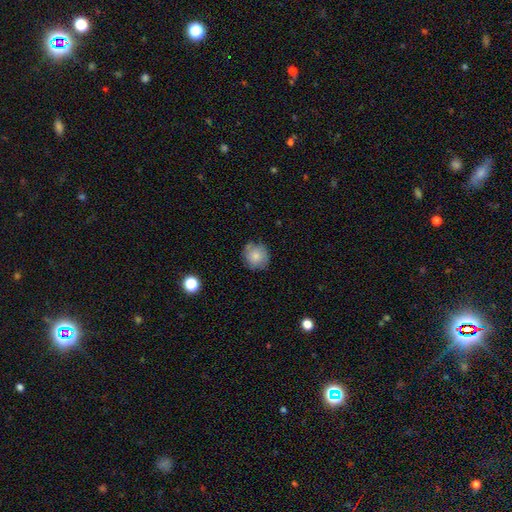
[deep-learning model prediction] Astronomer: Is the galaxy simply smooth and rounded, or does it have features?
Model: smooth — 79%.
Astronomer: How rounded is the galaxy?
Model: round — 89%.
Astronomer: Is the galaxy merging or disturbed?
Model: none — 75%.